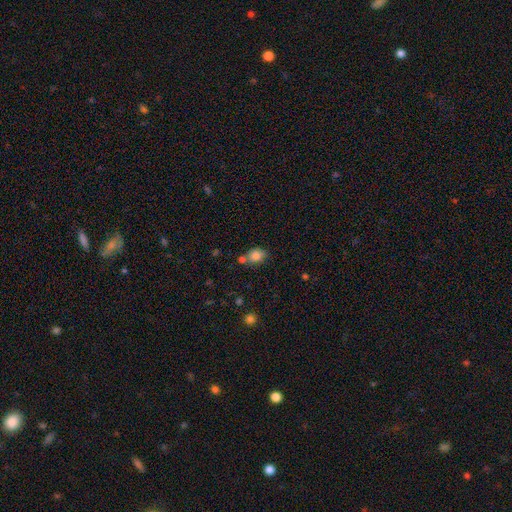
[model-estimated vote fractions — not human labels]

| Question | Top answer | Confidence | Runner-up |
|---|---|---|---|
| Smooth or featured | smooth | 82% | star or artifact (10%) |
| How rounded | in between | 62% | round (36%) |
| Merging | none | 62% | merger (19%) |